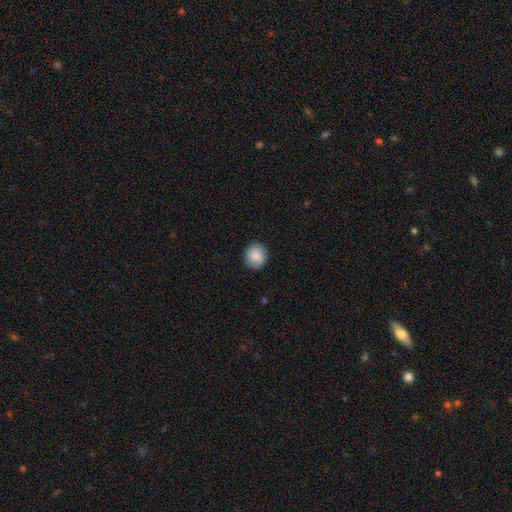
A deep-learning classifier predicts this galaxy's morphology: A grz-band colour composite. It shows a smooth galaxy with no disk features (87%) that is round (85%). Merging: none (88%).